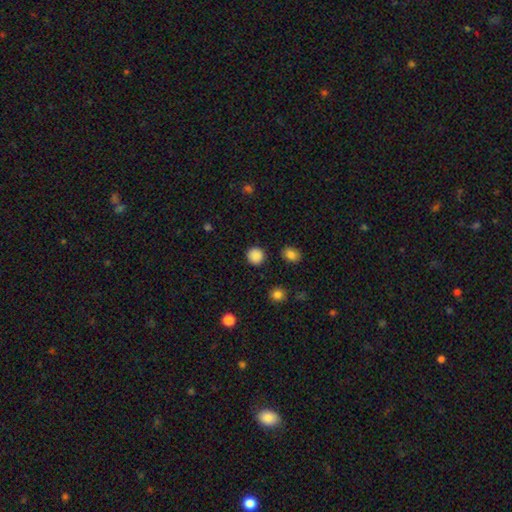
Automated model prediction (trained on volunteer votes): This is clearly a smooth galaxy (87%). How rounded: clearly round (93%). Merging: clearly none (90%).